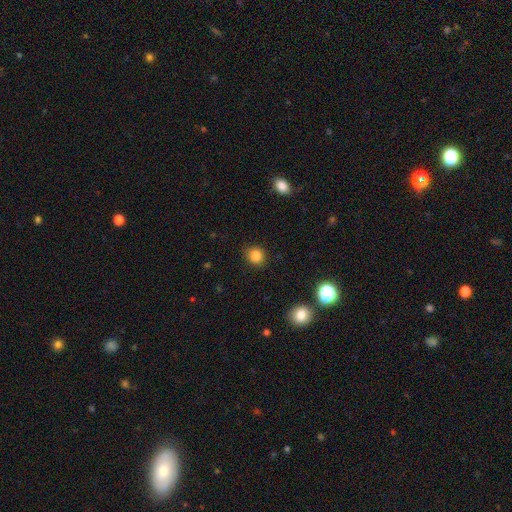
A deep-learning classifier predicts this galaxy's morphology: smooth_or_featured: smooth (p=0.84) [alt: star or artifact p=0.12]
how_rounded: round (p=0.80) [alt: in between p=0.19]
merging: none (p=0.84) [alt: minor disturbance p=0.12]